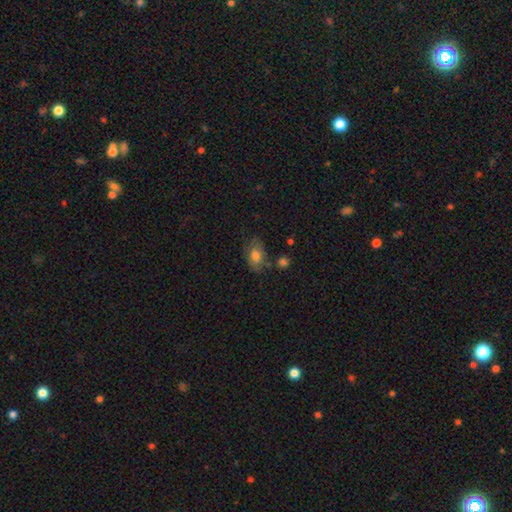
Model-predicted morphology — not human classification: Overall: smooth (74%). How rounded: in between (84%). Merging: none (63%; minor disturbance 23%).